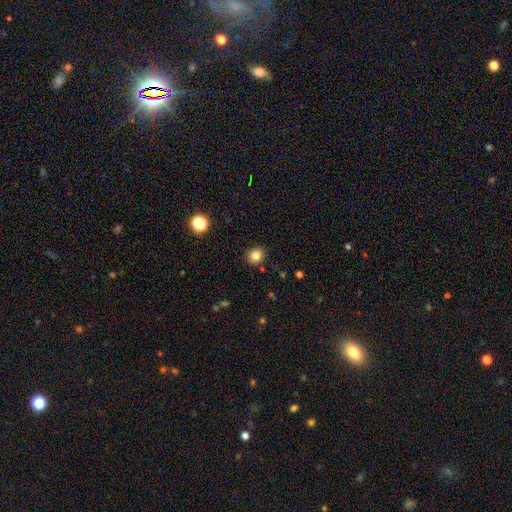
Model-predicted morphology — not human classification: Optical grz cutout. It shows a smooth galaxy with no disk features (83%) that is round (78%). Merging: none (88%).